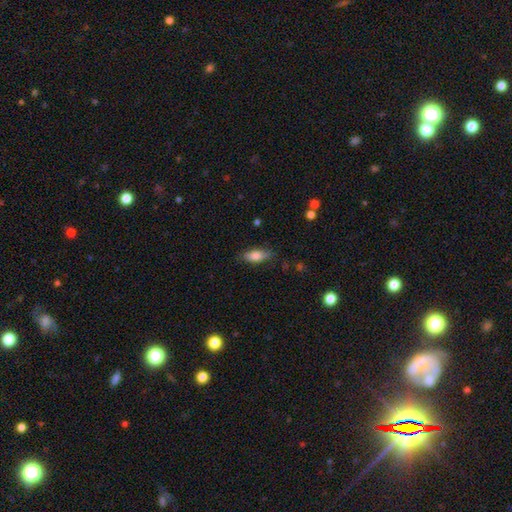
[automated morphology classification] Overall: smooth (76%). How rounded: in between (76%). Merging: none (80%).